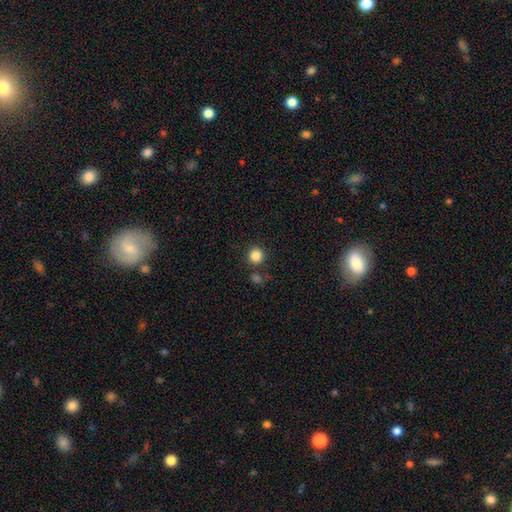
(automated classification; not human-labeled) This is clearly a smooth galaxy (85%). How rounded: clearly round (94%). Merging: clearly none (82%).